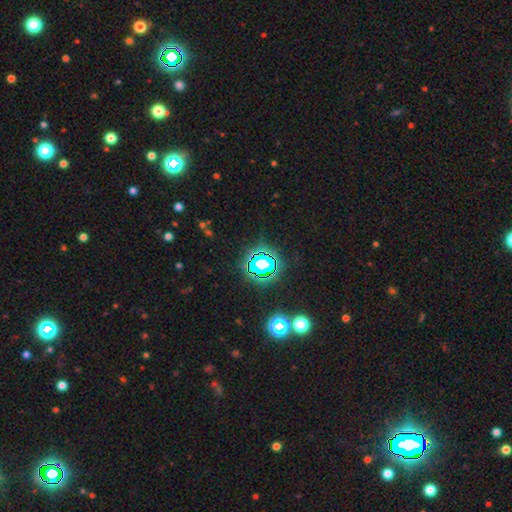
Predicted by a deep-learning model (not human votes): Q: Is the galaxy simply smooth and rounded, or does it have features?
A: star or artifact — 76%.